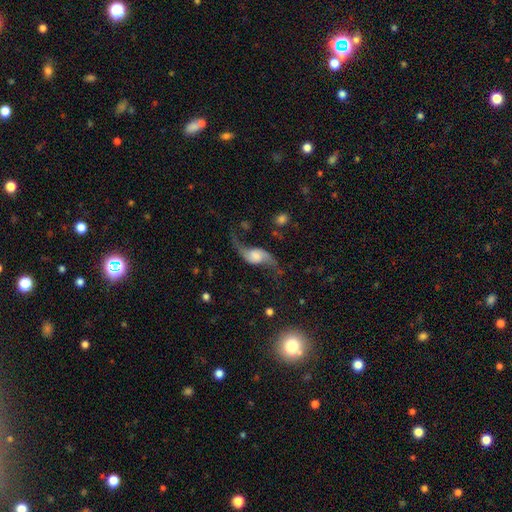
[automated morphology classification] This is clearly a featured or disk galaxy (85%). It is clearly not viewed edge-on (94%). Bar: possibly no (55%). Spiral arm pattern: clearly yes (96%). Spiral arm count: clearly 2 (94%). Spiral winding: clearly loose (91%). Central bulge: marginally large (28%). Merging: likely none (68%).